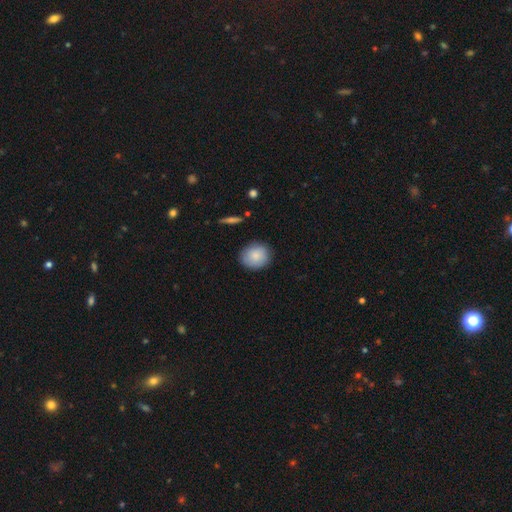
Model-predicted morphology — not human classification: A smooth galaxy with no disk features (87%) that is round (75%).

Vote fractions:
- Smooth or featured? smooth: 87% / featured or disk: 7% / star or artifact: 7%
- How rounded? round: 75% / in between: 24% / cigar-shaped: 1%
- Merging? none: 86% / minor disturbance: 10% / major disturbance: 2% / merger: 1%